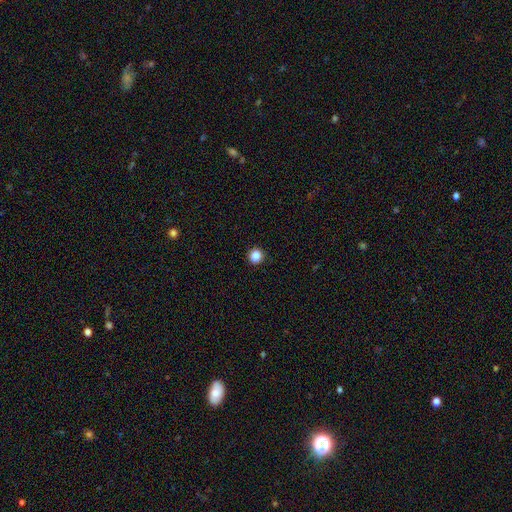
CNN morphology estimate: A smooth galaxy with no disk features (86%) that is round (94%). Merging: none (93%).